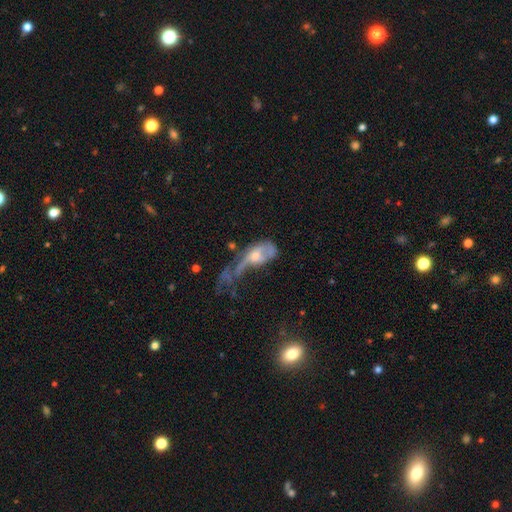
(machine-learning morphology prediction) Smooth or featured? featured or disk (60%)
Edge-on disk? no (88%)
Bar? no (77%)
Spiral arms? no (56%)
Bulge size? moderate (49%)
Merging? major disturbance (58%)